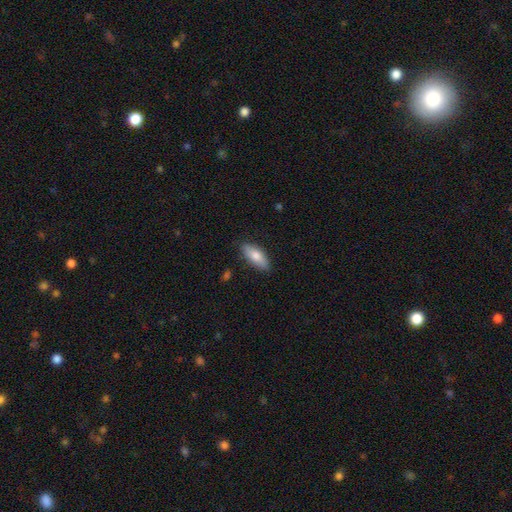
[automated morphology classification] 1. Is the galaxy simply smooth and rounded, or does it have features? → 75% smooth, 19% featured or disk, 6% star or artifact.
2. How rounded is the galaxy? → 74% in between, 23% cigar-shaped, 2% round.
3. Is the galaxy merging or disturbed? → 84% none, 12% minor disturbance, 2% major disturbance, 1% merger.